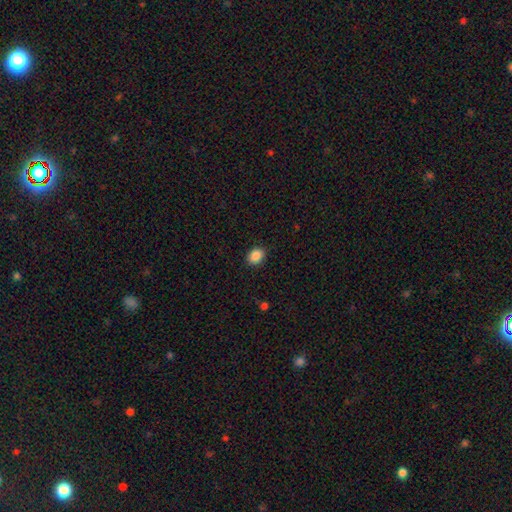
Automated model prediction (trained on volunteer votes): This appears to be a smooth galaxy with no disk features (88%) that is in between round and cigar-shaped (56%). Merging: none (89%).